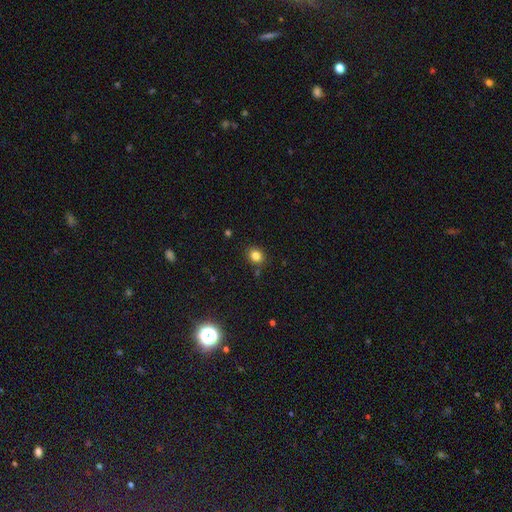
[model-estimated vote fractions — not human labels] A smooth galaxy with no disk features (82%) that is round (65%). Merging: none (84%).